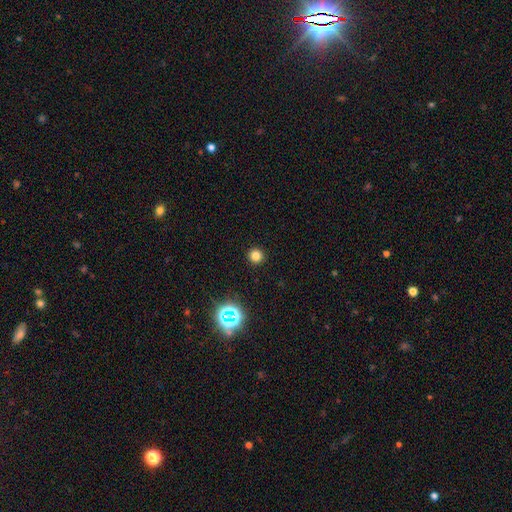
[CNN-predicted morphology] Smooth or featured: smooth — 78% (star or artifact — 17%)
How rounded: round — 94% (in between — 5%)
Merging: none — 93% (minor disturbance — 5%)